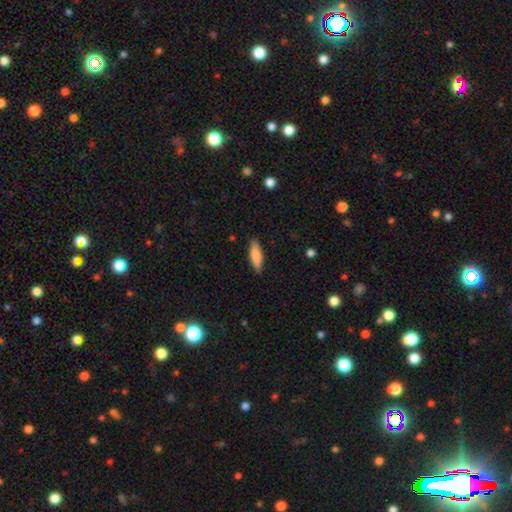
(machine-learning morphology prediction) This appears to be a smooth galaxy with no disk features (81%) that is cigar-shaped (55%). Merging: none (87%).